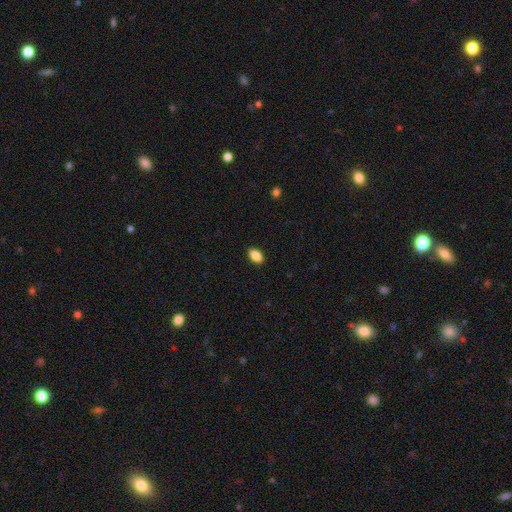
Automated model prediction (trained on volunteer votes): Smooth or featured? Predicted: smooth (p=0.87). How rounded? Predicted: in between (p=0.90). Merging? Predicted: none (p=0.89).